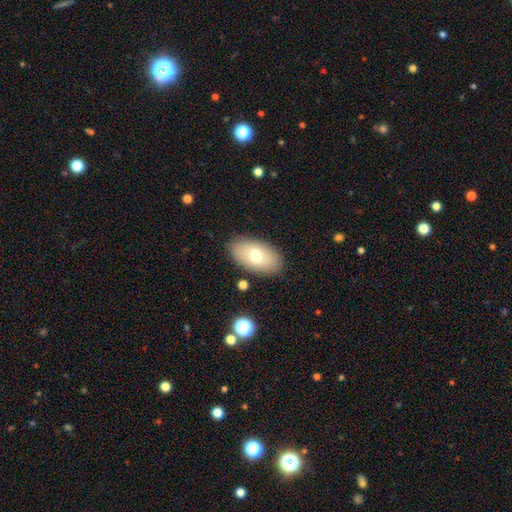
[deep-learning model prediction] Smooth or featured? smooth (68%)
How rounded? in between (93%)
Merging? none (85%)